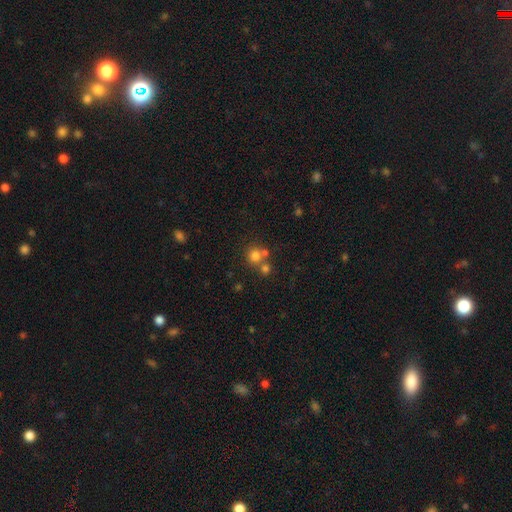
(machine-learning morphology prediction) Smooth or featured? Predicted: smooth (p=0.74). How rounded? Predicted: round (p=0.89). Merging? Predicted: none (p=0.56).